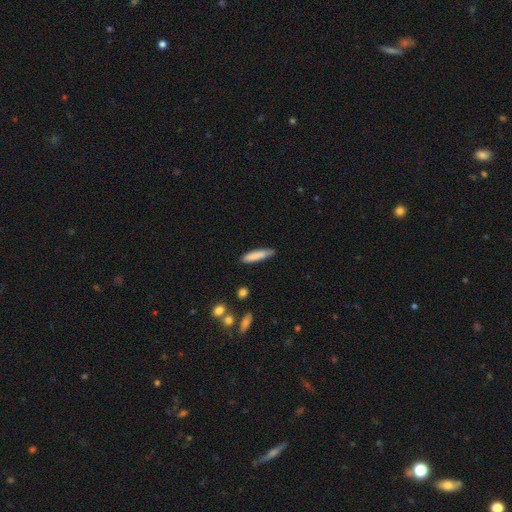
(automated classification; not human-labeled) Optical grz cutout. It shows a smooth galaxy with no disk features (83%) that is cigar-shaped (83%). Merging: none (82%).